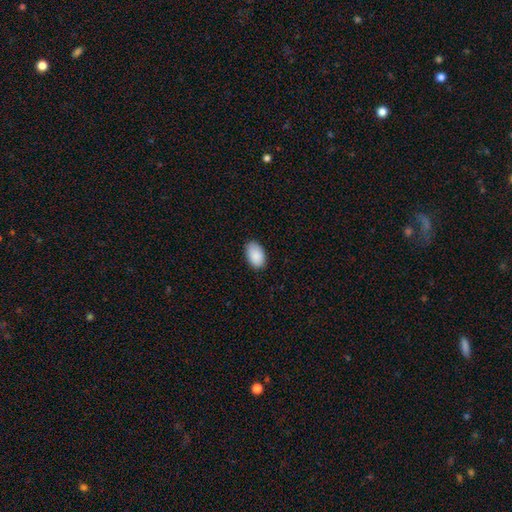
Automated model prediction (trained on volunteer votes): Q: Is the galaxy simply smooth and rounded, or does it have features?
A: smooth — 90%.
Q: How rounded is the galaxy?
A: in between — 93%.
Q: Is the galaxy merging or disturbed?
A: none — 85%.